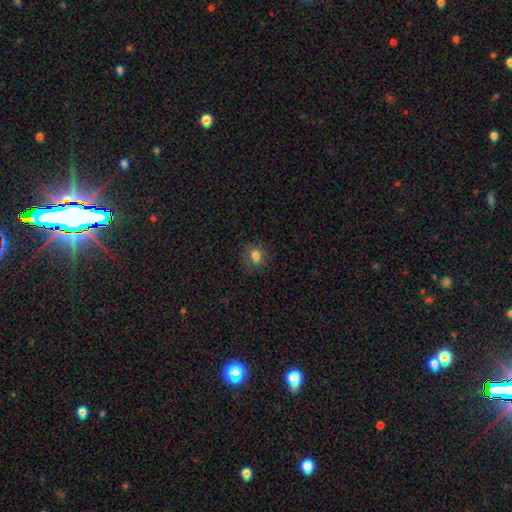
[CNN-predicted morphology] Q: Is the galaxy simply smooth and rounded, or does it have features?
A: smooth — 78%.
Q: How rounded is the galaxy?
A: round — 63%.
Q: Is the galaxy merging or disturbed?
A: none — 81%.